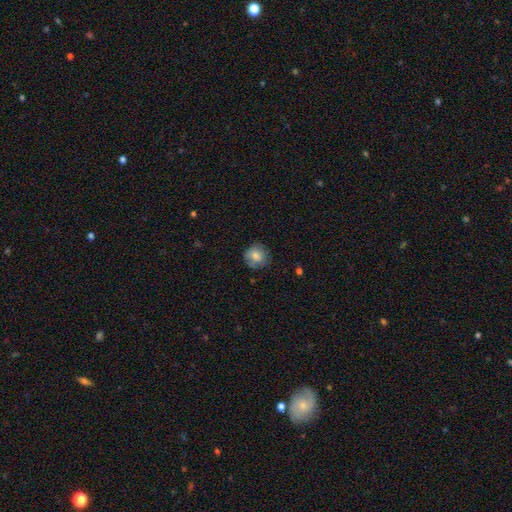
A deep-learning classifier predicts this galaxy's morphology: Q: Smooth or featured?
A: smooth (80%); runner-up: featured or disk (12%)
Q: How rounded?
A: round (89%); runner-up: in between (10%)
Q: Merging?
A: none (78%); runner-up: minor disturbance (17%)